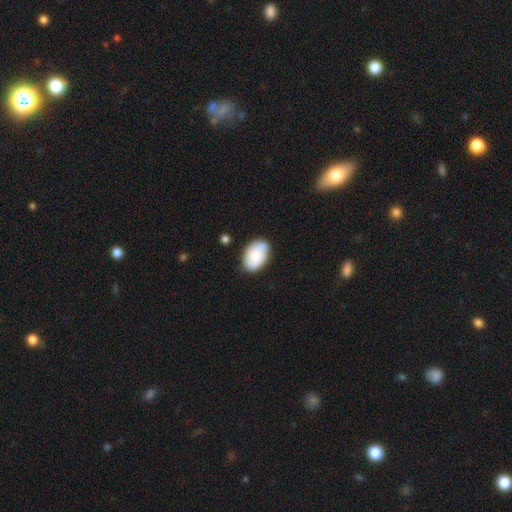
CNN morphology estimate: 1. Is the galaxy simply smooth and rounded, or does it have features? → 76% smooth, 17% featured or disk, 7% star or artifact.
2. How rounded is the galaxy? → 88% in between, 11% round, 1% cigar-shaped.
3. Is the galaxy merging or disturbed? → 78% none, 16% minor disturbance, 3% major disturbance, 2% merger.